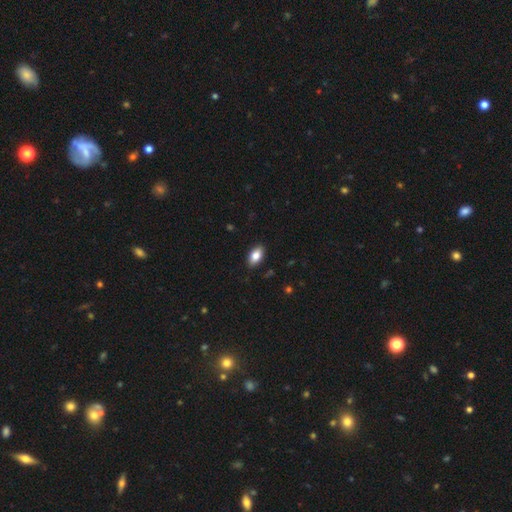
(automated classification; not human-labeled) smooth-or-featured: smooth: 83% | featured or disk: 10% | star or artifact: 7%
  how-rounded: in between: 92% | round: 5% | cigar-shaped: 3%
  merging: none: 88% | minor disturbance: 9% | major disturbance: 2% | merger: 1%